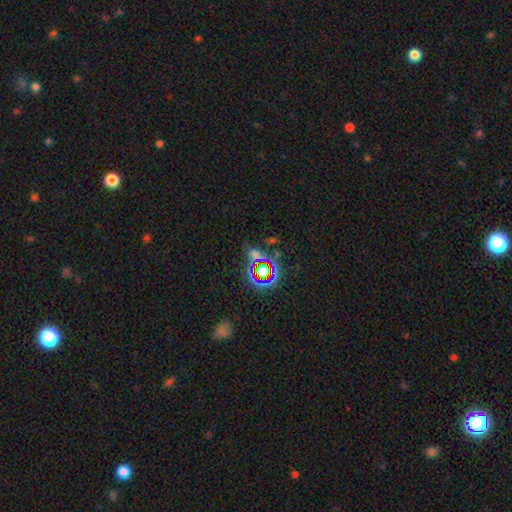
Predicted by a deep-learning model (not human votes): Smooth or featured?
  - star or artifact: 59% *
  - smooth: 28%
  - featured or disk: 13%